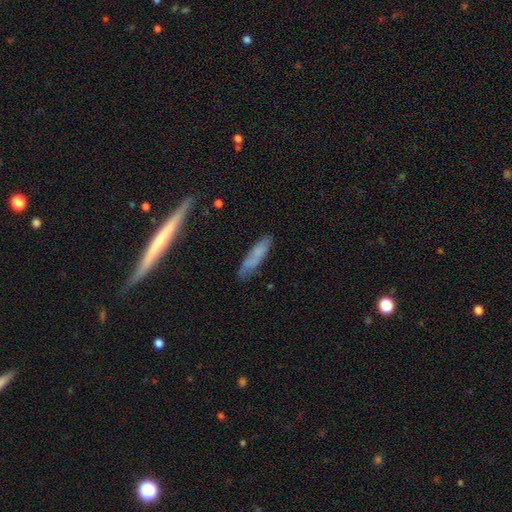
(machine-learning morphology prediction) A smooth galaxy with no disk features (61%) that is cigar-shaped (76%).

Vote fractions:
- Smooth or featured? smooth: 61% / featured or disk: 30% / star or artifact: 9%
- How rounded? cigar-shaped: 76% / in between: 22% / round: 2%
- Merging? none: 71% / minor disturbance: 21% / major disturbance: 5% / merger: 3%